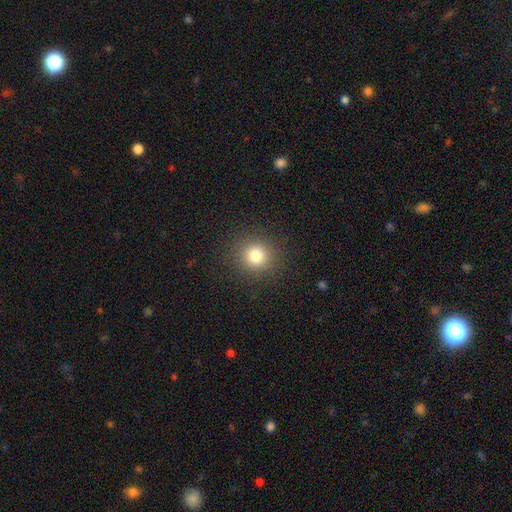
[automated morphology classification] The model was most divided on "smooth or featured": smooth: 80%, star or artifact: 14%, featured or disk: 6%. More confident: how rounded — round (90%); merging — none (90%).